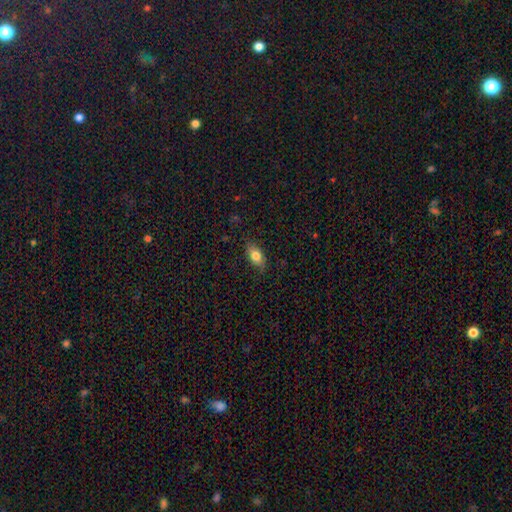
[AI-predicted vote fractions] Morphology: type=smooth (79%); roundness=in between (86%); merging=none (83%).